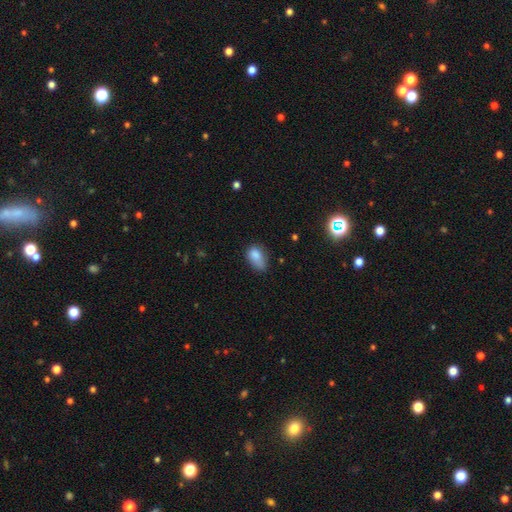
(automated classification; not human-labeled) The model was most divided on "merging": minor disturbance: 41%, none: 40%, major disturbance: 14%, merger: 5%. More confident: how rounded — in between (86%); smooth or featured — smooth (81%).